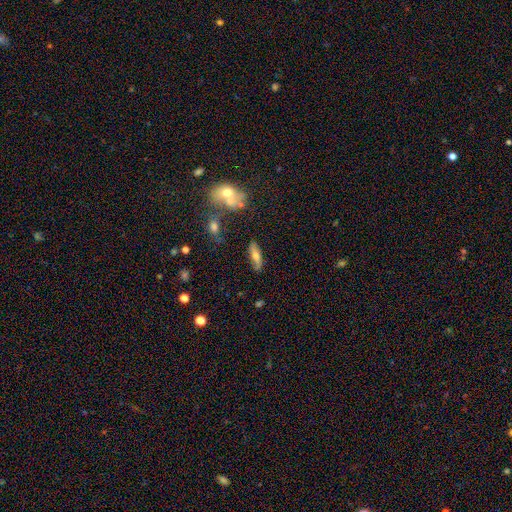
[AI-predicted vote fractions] Overall: smooth (60%; featured or disk 31%). How rounded: cigar-shaped (49%; in between 47%). Merging: none (78%).